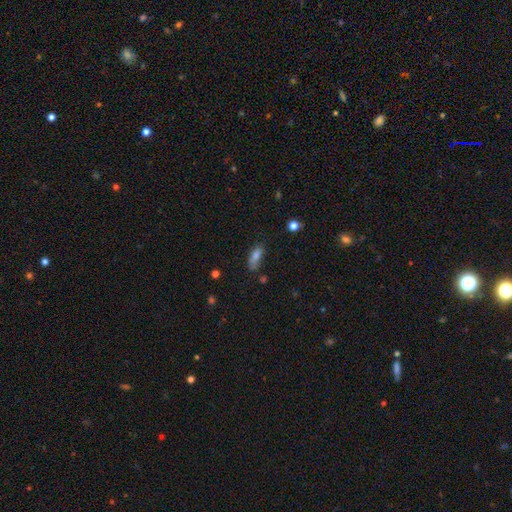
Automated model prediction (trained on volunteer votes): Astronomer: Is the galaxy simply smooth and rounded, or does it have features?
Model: smooth — 76%.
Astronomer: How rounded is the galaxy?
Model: in between — 72%.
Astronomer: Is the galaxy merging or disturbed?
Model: none — 56%.